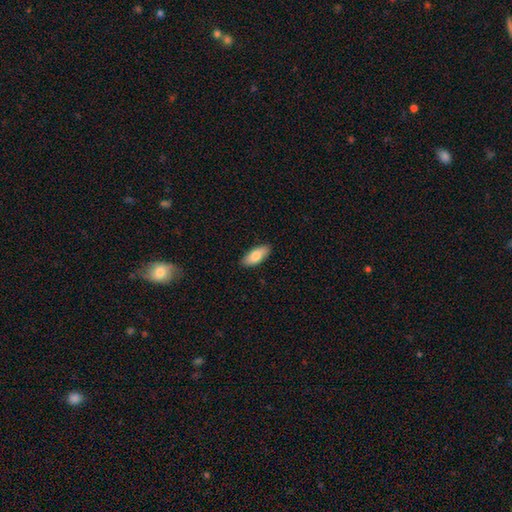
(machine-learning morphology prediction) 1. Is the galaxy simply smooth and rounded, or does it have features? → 83% smooth, 12% featured or disk, 6% star or artifact.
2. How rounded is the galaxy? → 83% in between, 15% cigar-shaped, 2% round.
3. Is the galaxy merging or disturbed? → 89% none, 9% minor disturbance, 2% major disturbance, 1% merger.